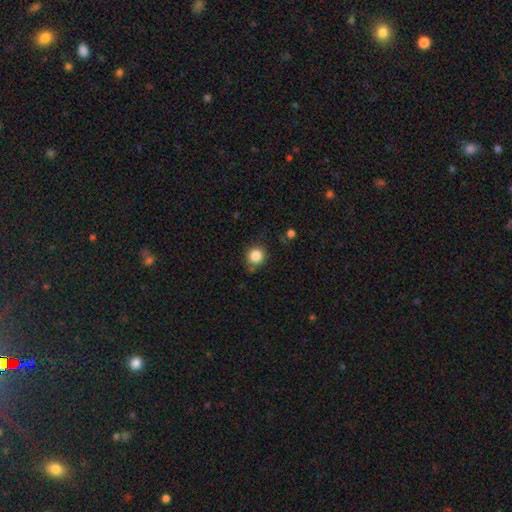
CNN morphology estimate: type=smooth (85%); roundness=round (92%); merging=none (77%).